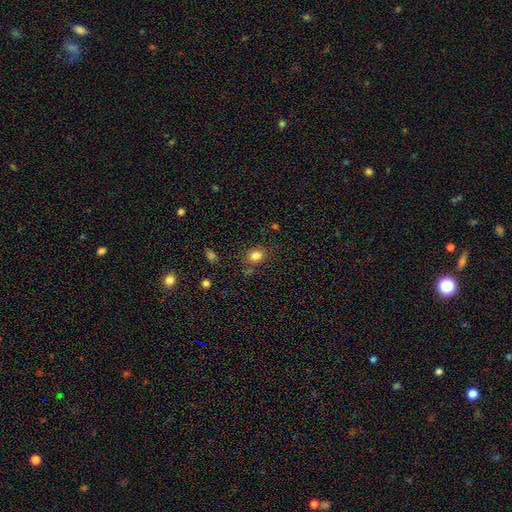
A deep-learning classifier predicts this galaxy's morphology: A smooth galaxy with no disk features (82%) that is round (66%).

Vote fractions:
- Smooth or featured? smooth: 82% / star or artifact: 13% / featured or disk: 6%
- How rounded? round: 66% / in between: 33% / cigar-shaped: 1%
- Merging? none: 77% / minor disturbance: 14% / major disturbance: 4% / merger: 4%